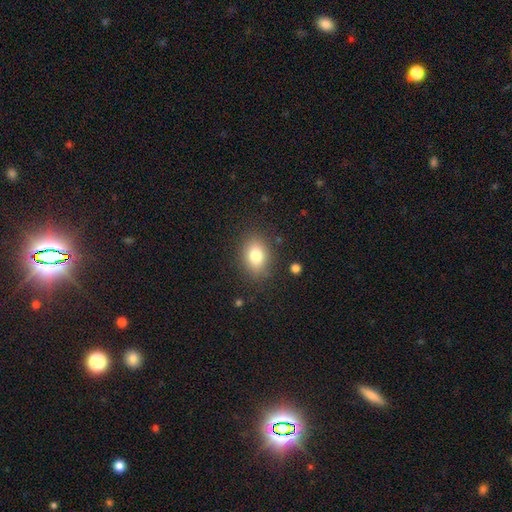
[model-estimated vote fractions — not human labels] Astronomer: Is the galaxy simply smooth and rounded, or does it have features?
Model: smooth — 79%.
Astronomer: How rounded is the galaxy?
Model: in between — 71%.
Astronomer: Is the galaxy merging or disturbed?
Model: none — 84%.